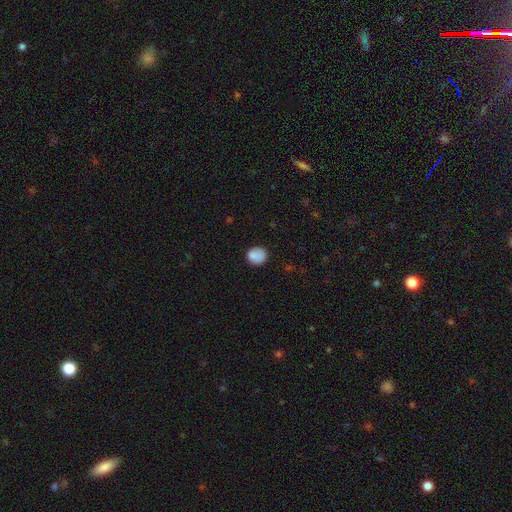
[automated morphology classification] A smooth galaxy with no disk features (84%) that is round (79%).

Vote fractions:
- Smooth or featured? smooth: 84% / star or artifact: 9% / featured or disk: 7%
- How rounded? round: 79% / in between: 20% / cigar-shaped: 1%
- Merging? none: 75% / minor disturbance: 18% / major disturbance: 5% / merger: 3%